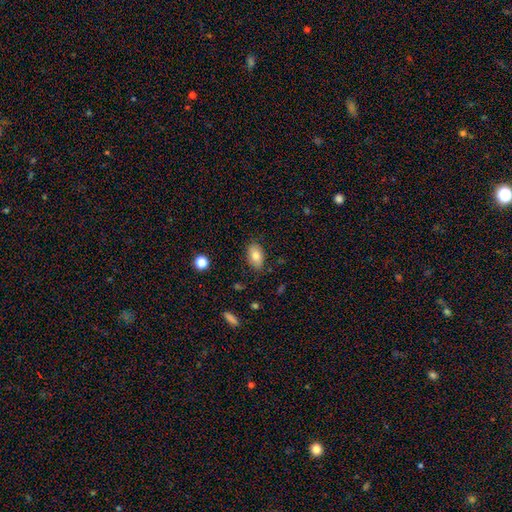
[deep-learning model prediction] smooth_or_featured: smooth (p=0.79) [alt: featured or disk p=0.13]
how_rounded: in between (p=0.90) [alt: round p=0.08]
merging: none (p=0.82) [alt: minor disturbance p=0.13]